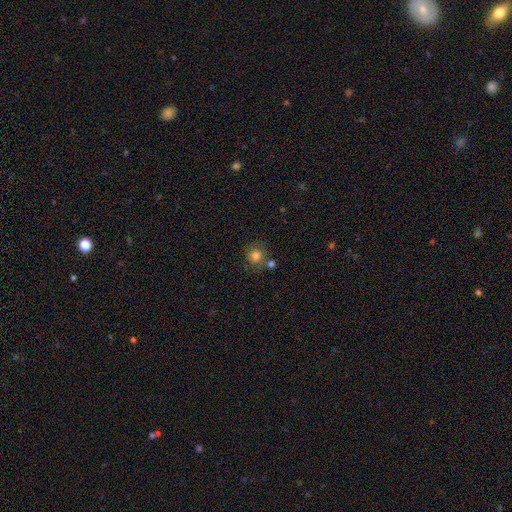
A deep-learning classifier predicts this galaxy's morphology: Smooth or featured? smooth (79%)
How rounded? round (85%)
Merging? none (66%)